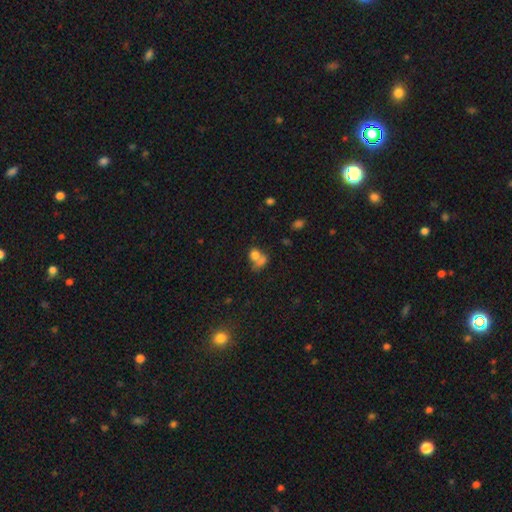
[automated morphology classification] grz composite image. It shows a smooth galaxy with no disk features (72%) that is round (54%). Merging: merger (57%).